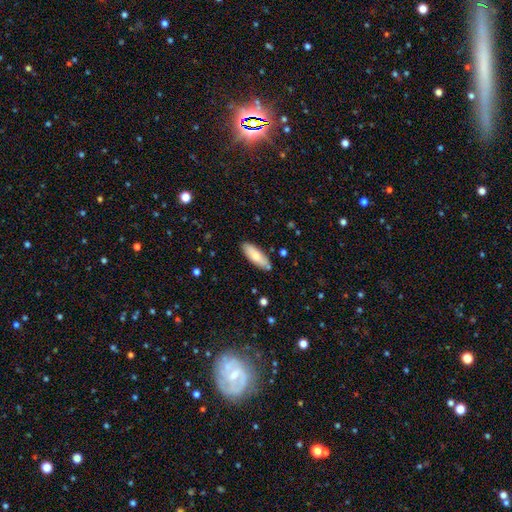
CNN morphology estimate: Smooth or featured?
  - smooth: 75% *
  - featured or disk: 19%
  - star or artifact: 6%
How rounded?
  - in between: 62% *
  - cigar-shaped: 36%
  - round: 2%
Merging?
  - none: 83% *
  - minor disturbance: 12%
  - merger: 3%
  - major disturbance: 2%